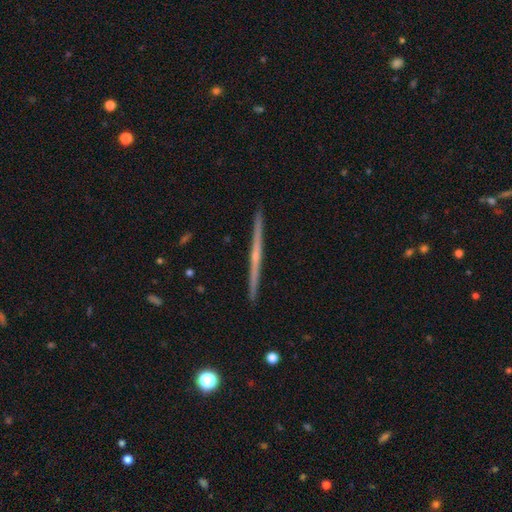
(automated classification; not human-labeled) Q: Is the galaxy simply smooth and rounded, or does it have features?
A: featured or disk — 77%.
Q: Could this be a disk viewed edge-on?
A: yes — 99%.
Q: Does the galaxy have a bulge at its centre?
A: none — 50%.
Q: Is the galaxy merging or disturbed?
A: none — 93%.